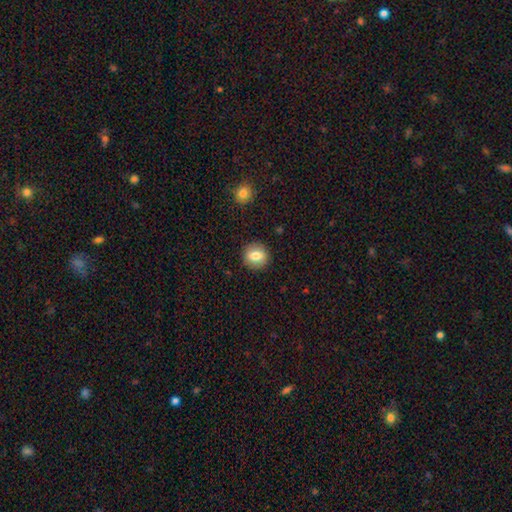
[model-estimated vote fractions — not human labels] Smooth or featured? smooth (76%)
How rounded? round (83%)
Merging? none (89%)